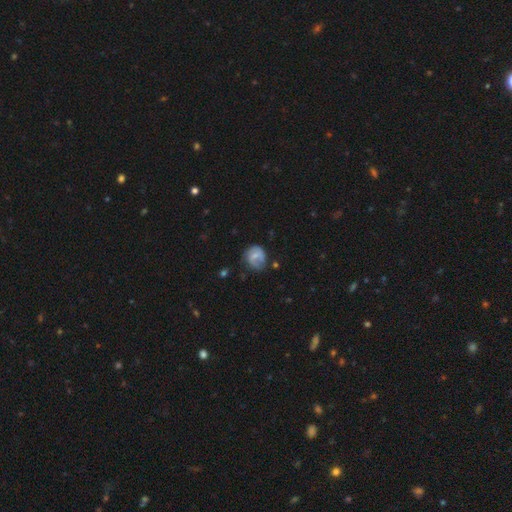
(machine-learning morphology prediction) This appears to be a smooth galaxy with no disk features (52%) that is round (69%). Merging: none (52%).